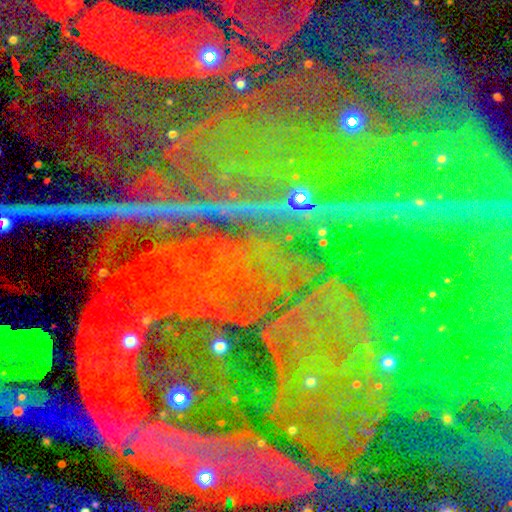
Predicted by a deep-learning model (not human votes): A star or artifact, not a galaxy (88%).